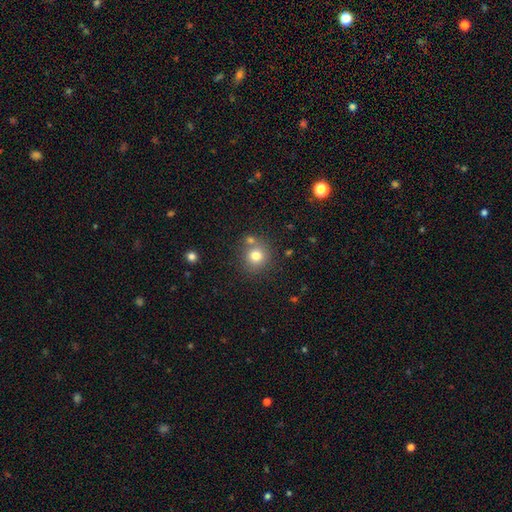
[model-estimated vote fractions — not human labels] The model was most divided on "merging": none: 69%, merger: 18%, minor disturbance: 9%, major disturbance: 3%. More confident: how rounded — round (90%); smooth or featured — smooth (77%).